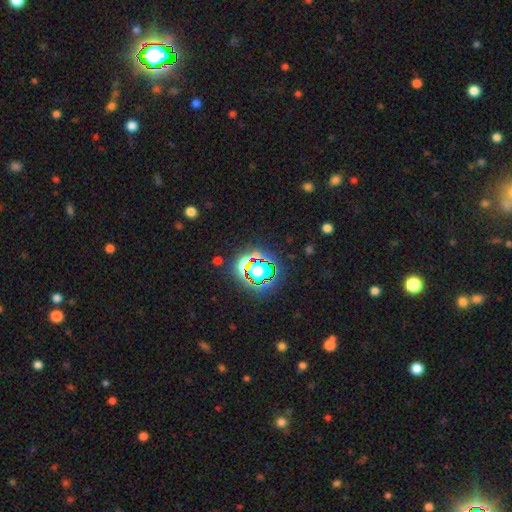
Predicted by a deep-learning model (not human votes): The model was most divided on "smooth or featured": star or artifact: 73%, smooth: 18%, featured or disk: 9%.